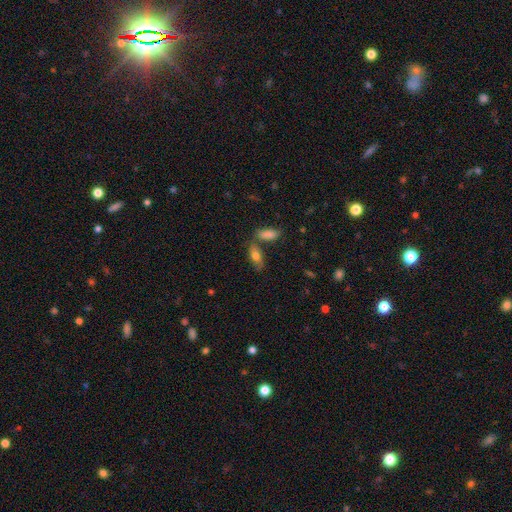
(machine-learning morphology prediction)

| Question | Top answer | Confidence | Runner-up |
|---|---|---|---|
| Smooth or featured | smooth | 72% | featured or disk (20%) |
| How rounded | in between | 81% | cigar-shaped (15%) |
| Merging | none | 61% | merger (19%) |